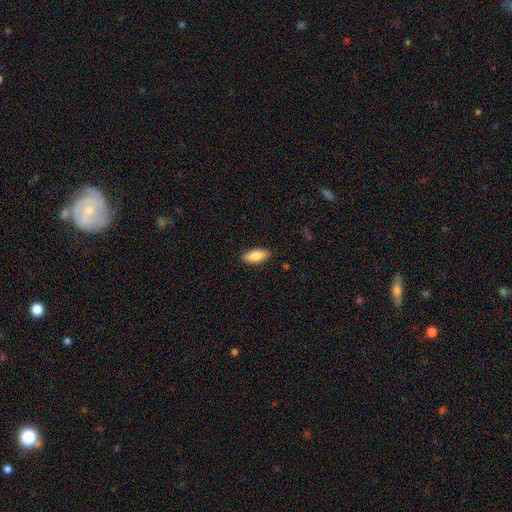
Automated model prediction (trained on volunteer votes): A smooth galaxy with no disk features (86%) that is in between round and cigar-shaped (77%). Merging: none (88%).